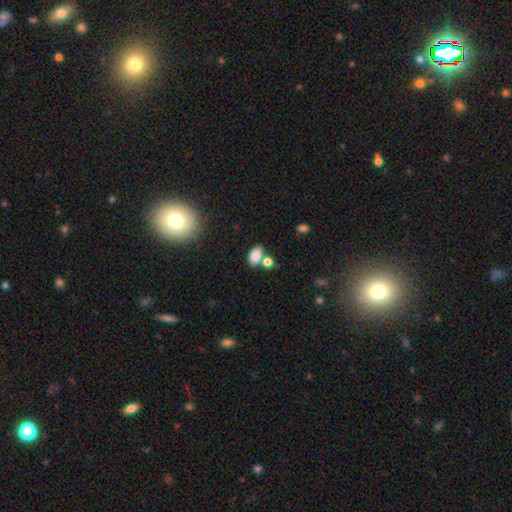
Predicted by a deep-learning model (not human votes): This is clearly a smooth galaxy (82%). How rounded: clearly in between (87%). Merging: possibly none (59%).